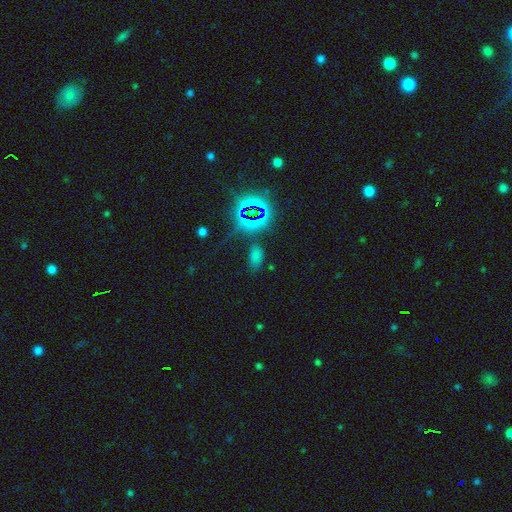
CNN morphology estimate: smooth 56%, star or artifact 37%, featured or disk 7%. Down the decision tree: how rounded — in between (89%); merging — none (71%).